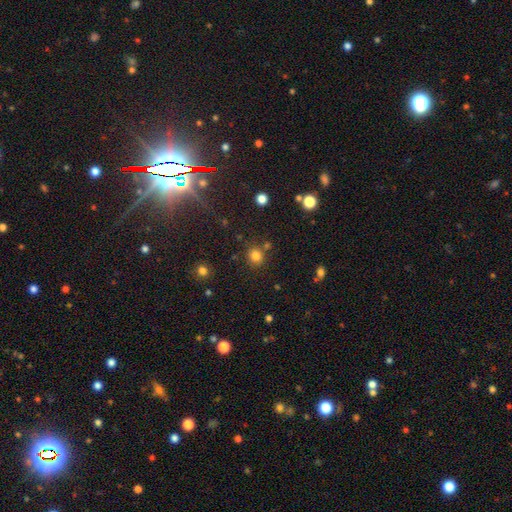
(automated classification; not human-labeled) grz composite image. It shows a smooth galaxy with no disk features (80%) that is round (87%). Merging: none (79%).